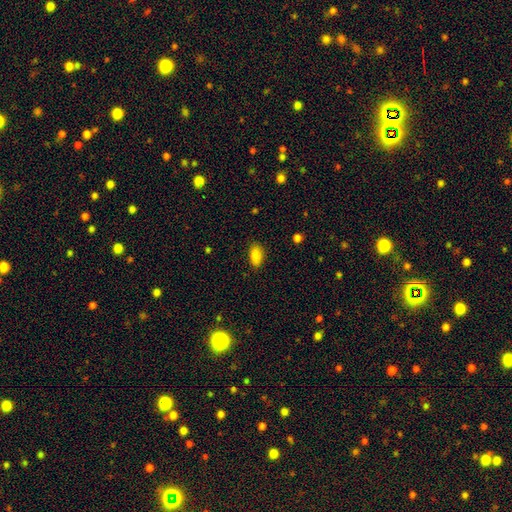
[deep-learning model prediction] This appears to be a smooth galaxy with no disk features (88%) that is in between round and cigar-shaped (93%). Merging: none (86%).